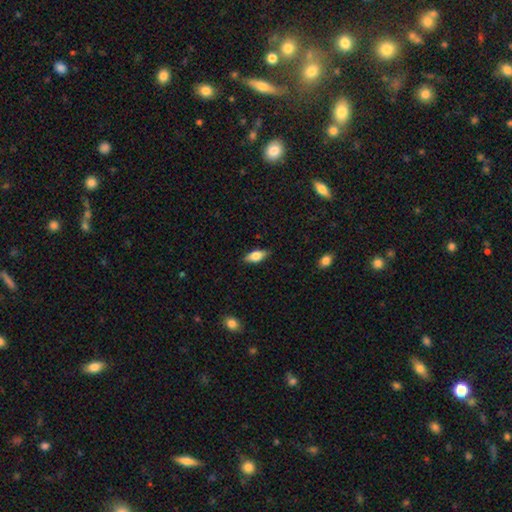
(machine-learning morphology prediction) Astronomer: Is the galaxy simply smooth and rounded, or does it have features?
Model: smooth — 72%.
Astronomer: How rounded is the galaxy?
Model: in between — 82%.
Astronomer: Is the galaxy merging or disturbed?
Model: none — 86%.